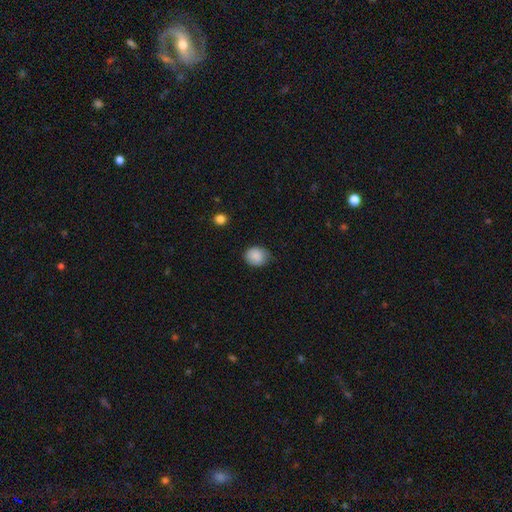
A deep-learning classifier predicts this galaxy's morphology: Smooth or featured? Predicted: smooth (p=0.87). How rounded? Predicted: round (p=0.67). Merging? Predicted: none (p=0.67).